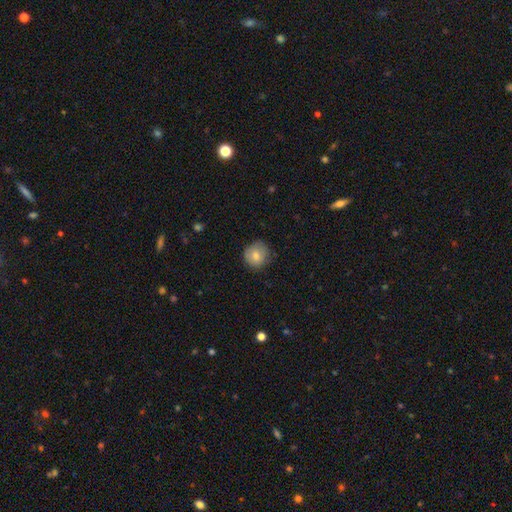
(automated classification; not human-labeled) smooth-or-featured: smooth: 77% | featured or disk: 14% | star or artifact: 9%
  how-rounded: round: 91% | in between: 8% | cigar-shaped: 1%
  merging: none: 82% | minor disturbance: 14% | major disturbance: 3% | merger: 1%